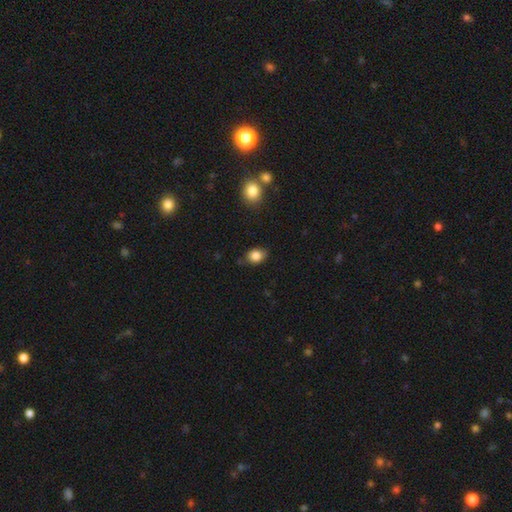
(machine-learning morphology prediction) smooth-or-featured: smooth: 84% | star or artifact: 9% | featured or disk: 7%
  how-rounded: in between: 60% | round: 39% | cigar-shaped: 1%
  merging: none: 76% | minor disturbance: 18% | major disturbance: 3% | merger: 2%